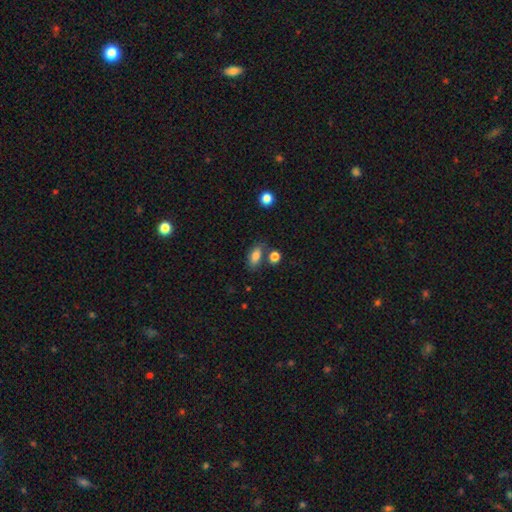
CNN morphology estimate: Overall: smooth (83%). How rounded: in between (87%). Merging: none (66%).